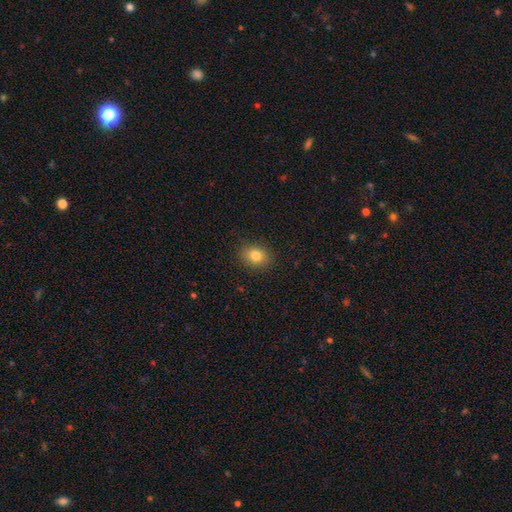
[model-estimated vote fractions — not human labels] A smooth galaxy with no disk features (81%) that is in between round and cigar-shaped (51%). Merging: none (87%).